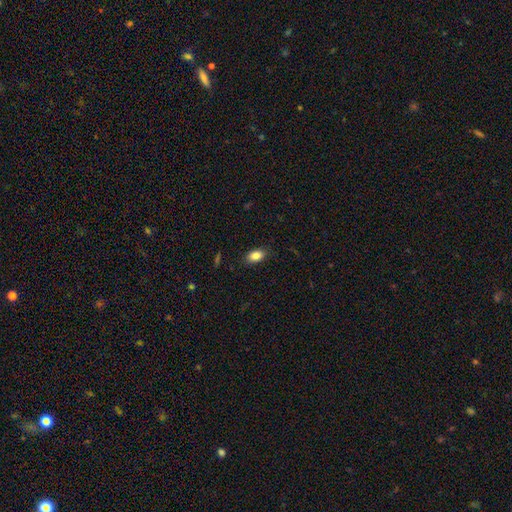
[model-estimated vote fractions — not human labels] A smooth galaxy with no disk features (86%) that is in between round and cigar-shaped (90%). Merging: none (86%).